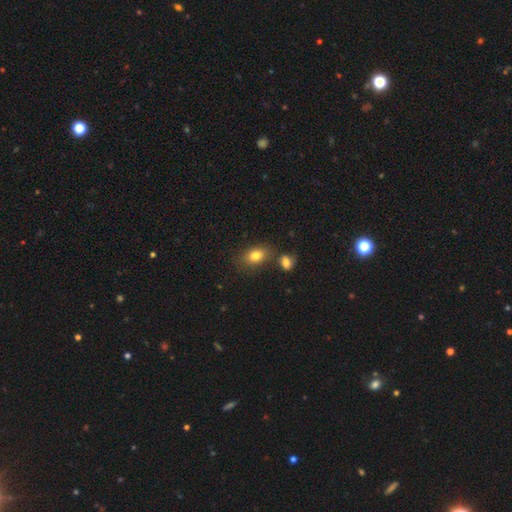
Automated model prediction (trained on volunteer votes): This appears to be a smooth galaxy with no disk features (81%) that is in between round and cigar-shaped (81%). Merging: none (69%).